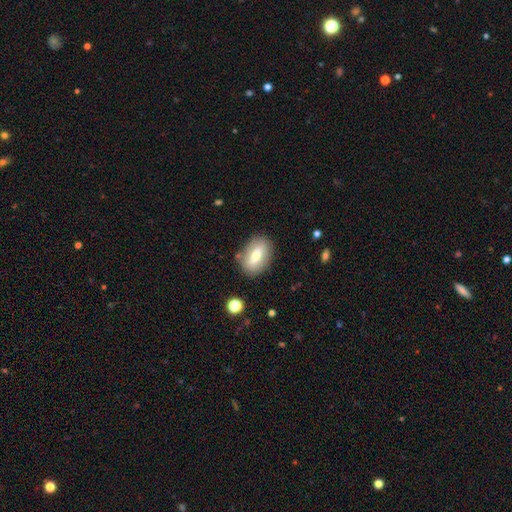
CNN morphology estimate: The model was most divided on "smooth or featured": smooth: 67%, featured or disk: 26%, star or artifact: 7%. More confident: how rounded — in between (87%); merging — none (83%).